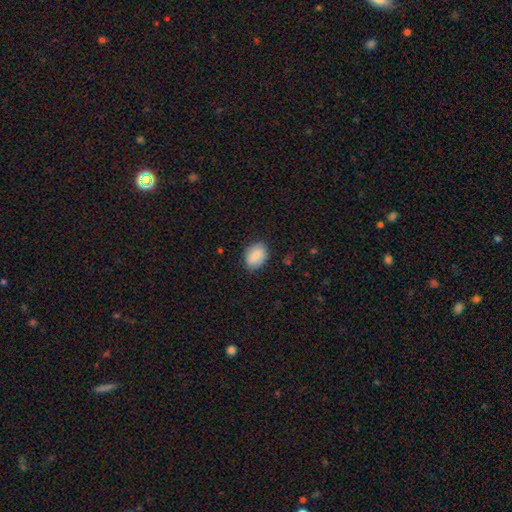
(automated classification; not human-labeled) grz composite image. It shows a smooth galaxy with no disk features (87%) that is in between round and cigar-shaped (78%). Merging: none (82%).